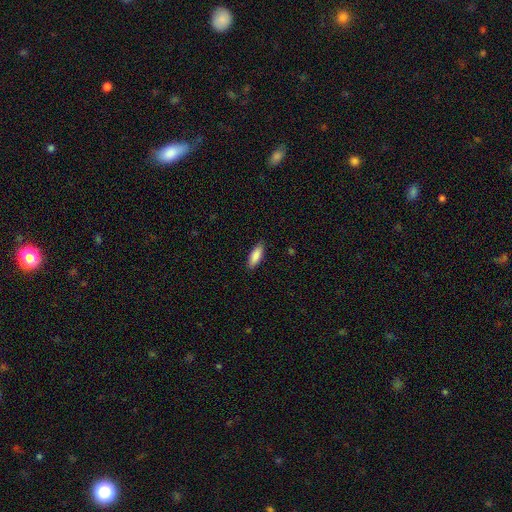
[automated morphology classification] A smooth galaxy with no disk features (87%) that is in between round and cigar-shaped (63%). Merging: none (87%).